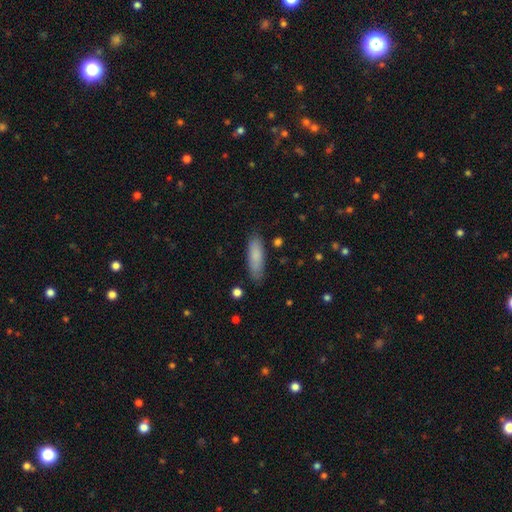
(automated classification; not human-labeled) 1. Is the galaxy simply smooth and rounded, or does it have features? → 82% smooth, 11% featured or disk, 6% star or artifact.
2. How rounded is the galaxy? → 52% cigar-shaped, 47% in between, 2% round.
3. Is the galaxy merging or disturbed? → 82% none, 13% minor disturbance, 3% major disturbance, 2% merger.